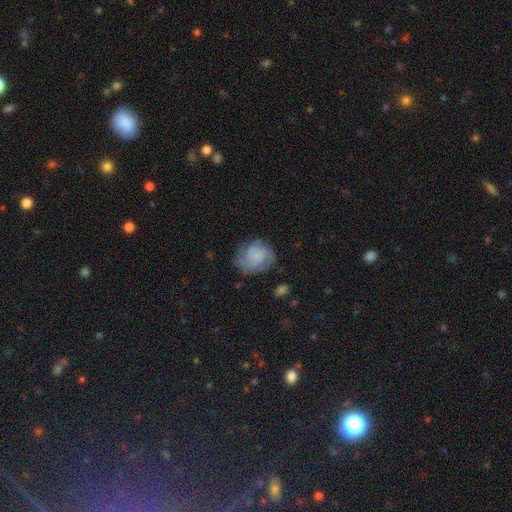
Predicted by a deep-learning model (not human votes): This is possibly a featured or disk galaxy (51%). It is clearly not viewed edge-on (98%). Merging: likely none (61%).